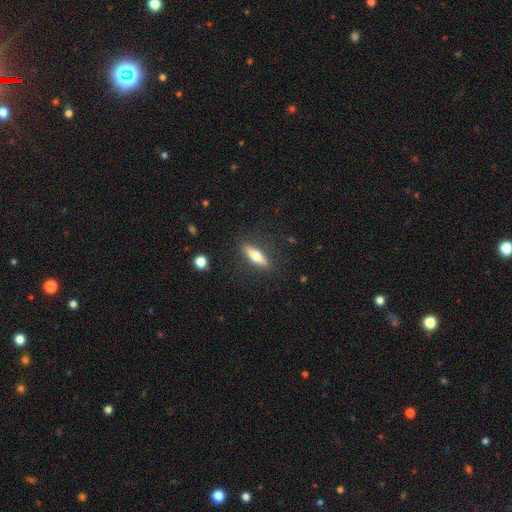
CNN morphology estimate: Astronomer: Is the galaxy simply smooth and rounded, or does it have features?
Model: smooth — 60%.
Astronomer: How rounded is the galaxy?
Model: cigar-shaped — 61%.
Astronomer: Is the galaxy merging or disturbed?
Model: none — 86%.